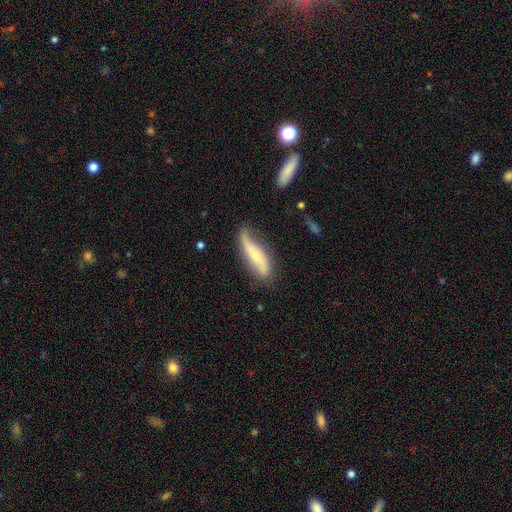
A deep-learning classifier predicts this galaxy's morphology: featured or disk 54%, smooth 40%, star or artifact 7%. Down the decision tree: edge-on disk — no (68%); merging — none (56%).